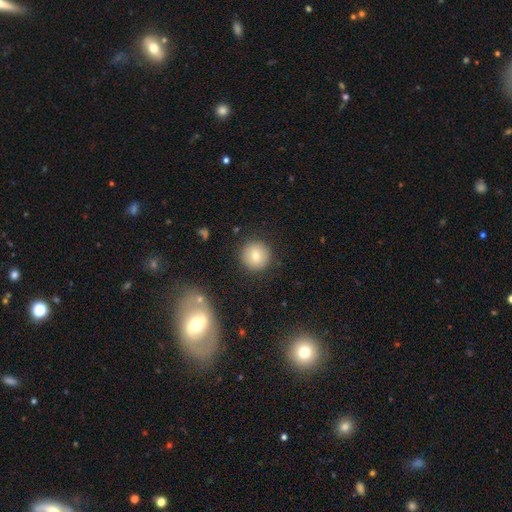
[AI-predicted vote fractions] Smooth or featured: smooth — 79% (featured or disk — 11%)
How rounded: round — 94% (in between — 5%)
Merging: none — 89% (minor disturbance — 7%)